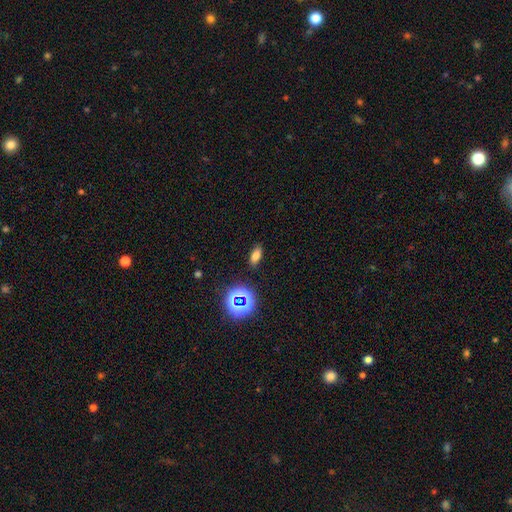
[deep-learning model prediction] The model was most divided on "smooth or featured": smooth: 71%, star or artifact: 20%, featured or disk: 10%. More confident: merging — none (87%); how rounded — in between (79%).